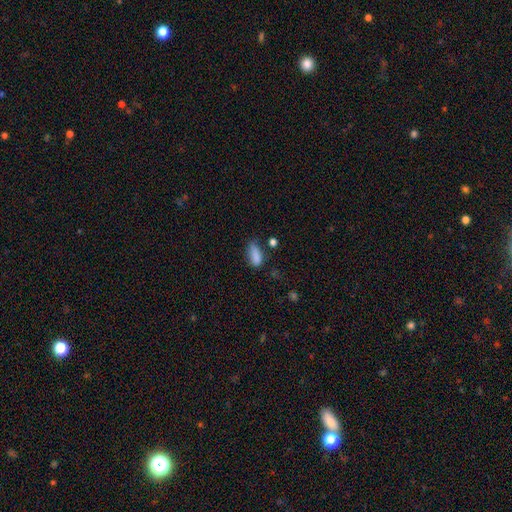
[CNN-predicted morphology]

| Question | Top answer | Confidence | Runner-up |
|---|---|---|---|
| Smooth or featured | smooth | 83% | star or artifact (10%) |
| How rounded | in between | 76% | cigar-shaped (20%) |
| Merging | none | 51% | minor disturbance (33%) |